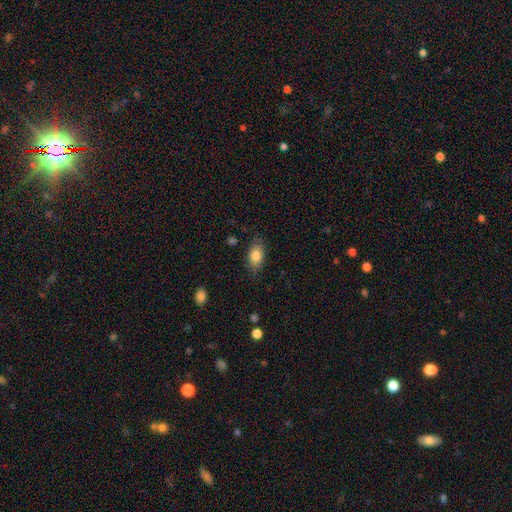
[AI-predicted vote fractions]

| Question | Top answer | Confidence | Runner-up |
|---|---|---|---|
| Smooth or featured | smooth | 81% | featured or disk (11%) |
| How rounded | in between | 87% | round (9%) |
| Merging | none | 81% | minor disturbance (15%) |